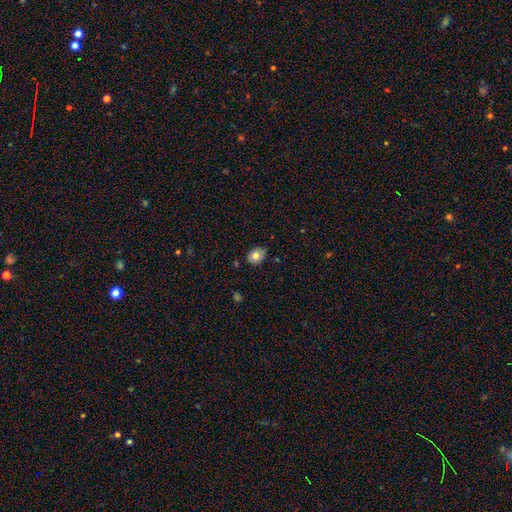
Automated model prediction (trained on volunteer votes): This is likely a smooth galaxy (78%). How rounded: possibly in between (57%). Merging: clearly none (80%).